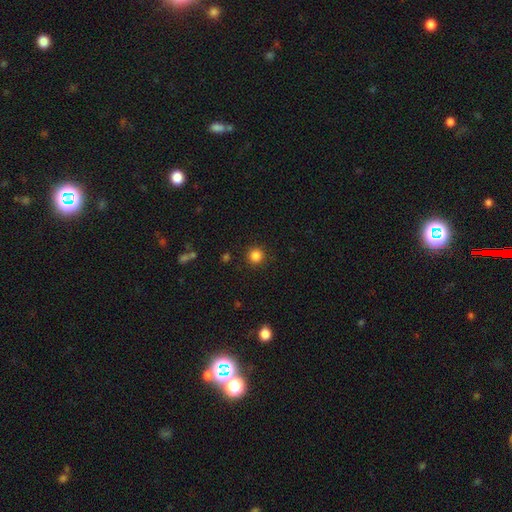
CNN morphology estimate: smooth 84%, star or artifact 12%, featured or disk 4%. Down the decision tree: how rounded — round (95%); merging — none (91%).